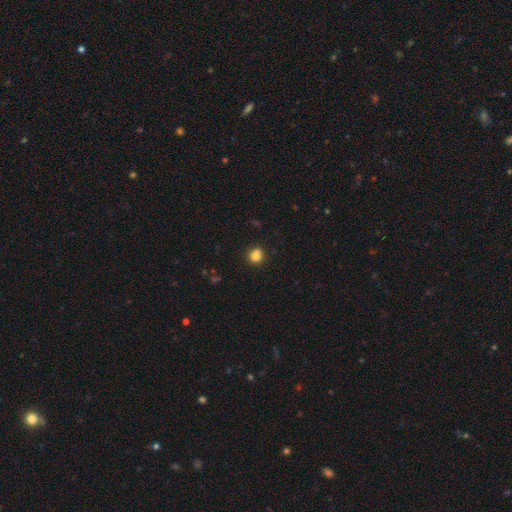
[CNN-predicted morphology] This appears to be a smooth galaxy with no disk features (82%) that is round (85%). Merging: none (80%).